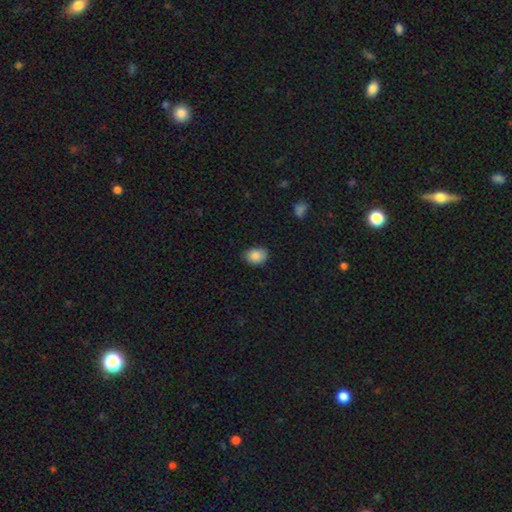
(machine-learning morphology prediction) Overall: smooth (88%). How rounded: in between (69%; round 30%). Merging: none (80%).